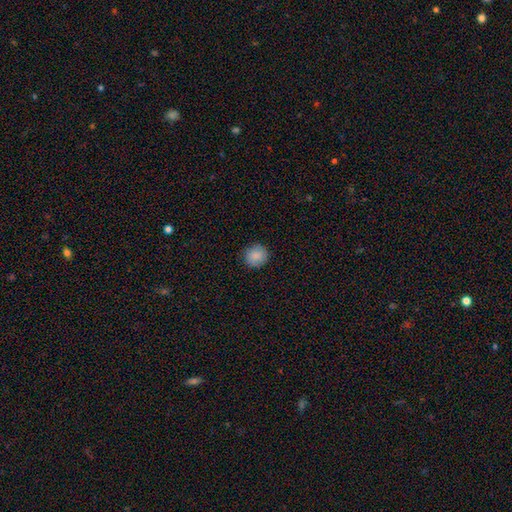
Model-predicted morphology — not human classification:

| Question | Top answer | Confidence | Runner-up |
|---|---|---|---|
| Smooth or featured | smooth | 87% | star or artifact (8%) |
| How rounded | round | 89% | in between (10%) |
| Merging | none | 89% | minor disturbance (8%) |